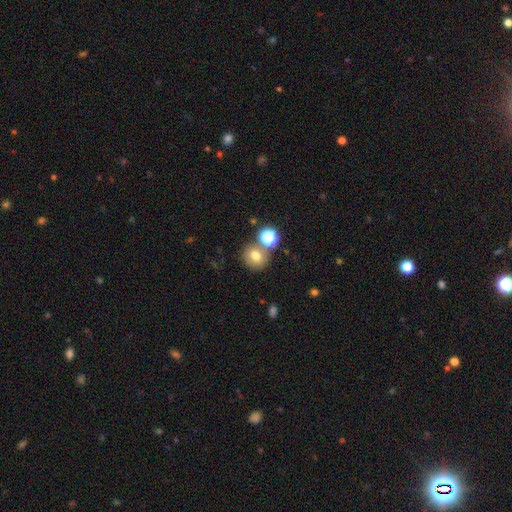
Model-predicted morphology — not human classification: The model was most divided on "merging": none: 67%, merger: 20%, minor disturbance: 9%, major disturbance: 4%. More confident: how rounded — round (80%); smooth or featured — smooth (72%).